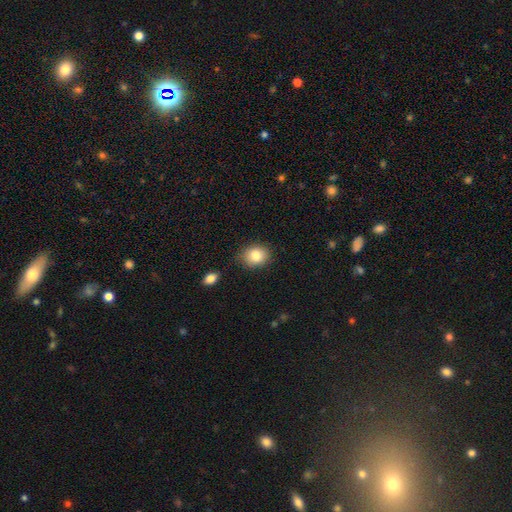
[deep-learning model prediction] Smooth or featured: smooth — 82% (star or artifact — 9%)
How rounded: round — 57% (in between — 42%)
Merging: none — 84% (minor disturbance — 11%)